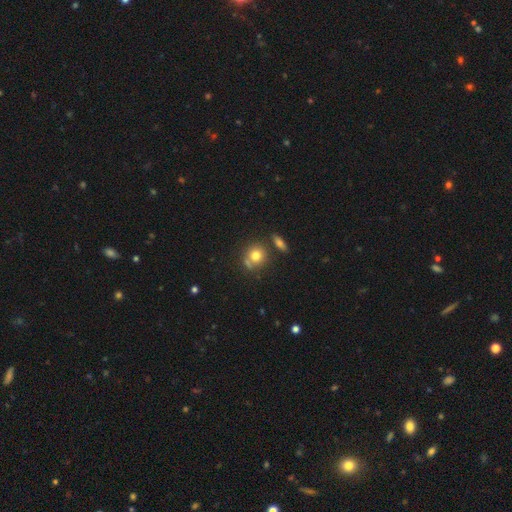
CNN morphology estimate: A smooth galaxy with no disk features (76%) that is round (81%). Merging: none (61%).